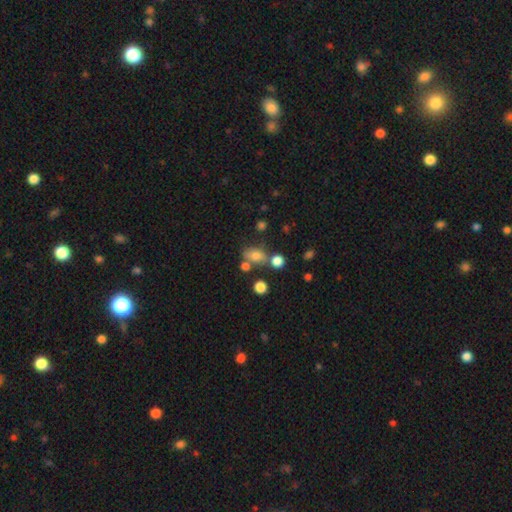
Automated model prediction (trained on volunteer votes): Smooth or featured? smooth (70%)
How rounded? in between (68%)
Merging? none (54%)